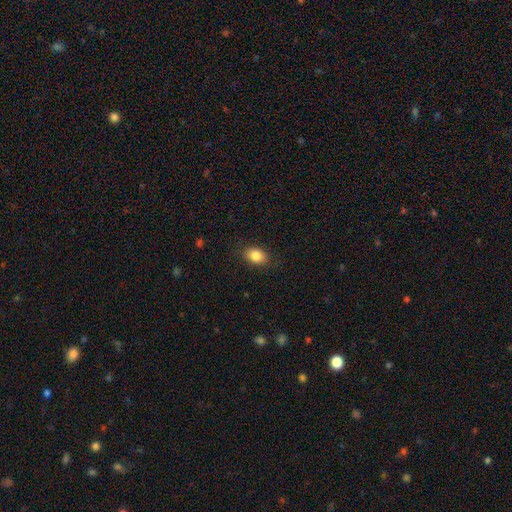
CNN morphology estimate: Smooth or featured: smooth — 85% (star or artifact — 8%)
How rounded: in between — 79% (round — 20%)
Merging: none — 87% (minor disturbance — 10%)